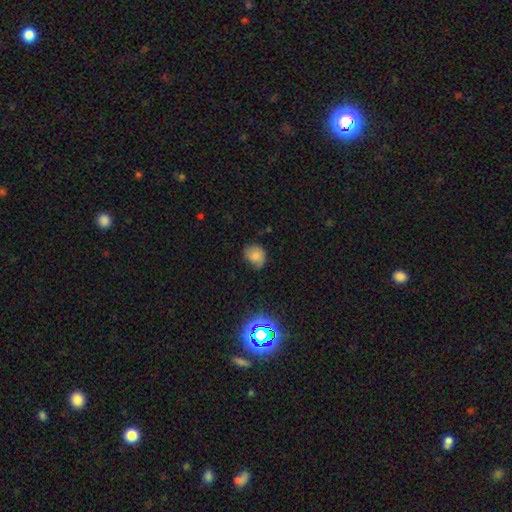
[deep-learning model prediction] Morphology: type=smooth (76%); roundness=round (54%); merging=none (59%).